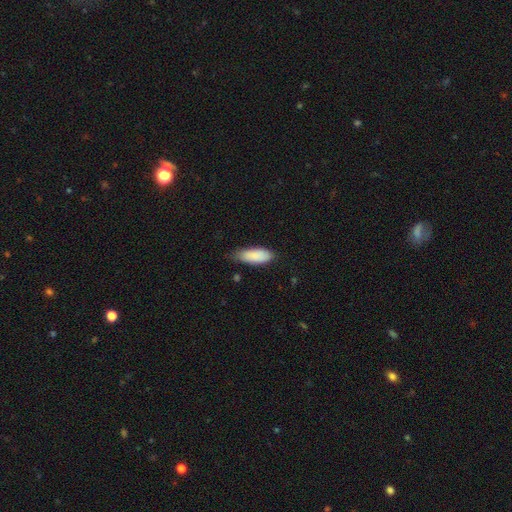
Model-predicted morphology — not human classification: smooth-or-featured: smooth: 87% | featured or disk: 7% | star or artifact: 6%
  how-rounded: in between: 78% | cigar-shaped: 20% | round: 2%
  merging: none: 67% | minor disturbance: 28% | major disturbance: 4% | merger: 1%